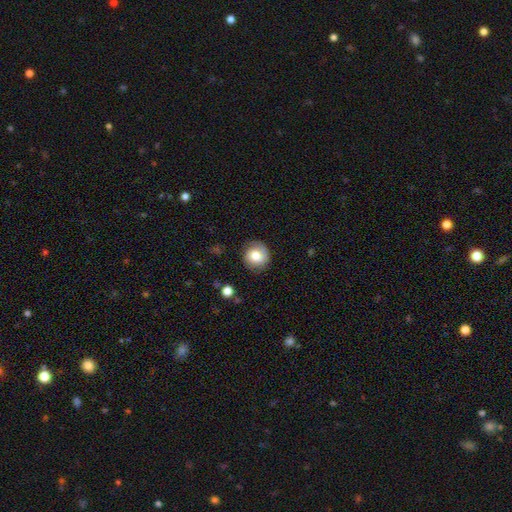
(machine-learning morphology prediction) Q: Smooth or featured?
A: smooth (72%); runner-up: featured or disk (20%)
Q: How rounded?
A: round (87%); runner-up: in between (12%)
Q: Merging?
A: none (80%); runner-up: minor disturbance (14%)